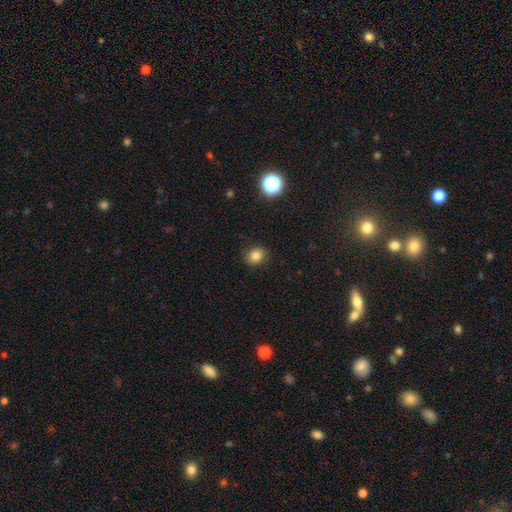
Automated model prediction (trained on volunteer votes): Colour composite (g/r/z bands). It shows a smooth galaxy with no disk features (82%) that is round (69%). Merging: none (88%).